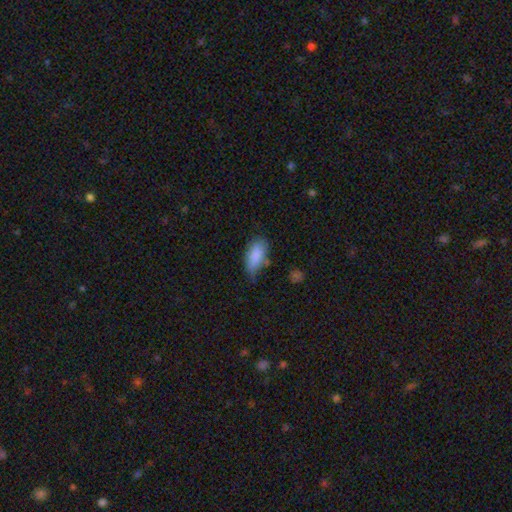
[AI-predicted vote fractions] The model was most divided on "merging": none: 55%, minor disturbance: 33%, major disturbance: 8%, merger: 4%. More confident: how rounded — in between (90%); smooth or featured — smooth (85%).